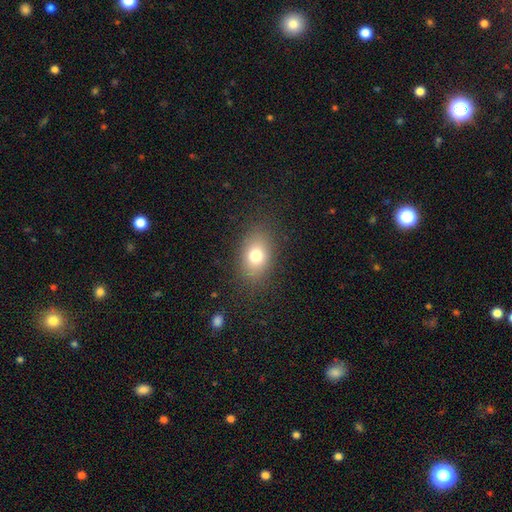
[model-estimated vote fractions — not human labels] Smooth or featured?
  - smooth: 76% *
  - featured or disk: 13%
  - star or artifact: 12%
How rounded?
  - in between: 75% *
  - round: 23%
  - cigar-shaped: 2%
Merging?
  - none: 84% *
  - minor disturbance: 10%
  - major disturbance: 4%
  - merger: 1%